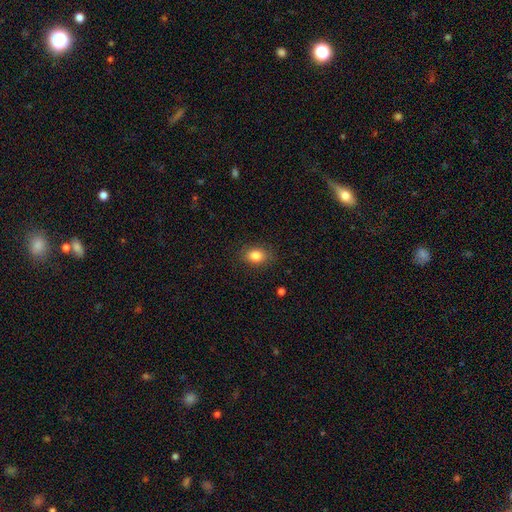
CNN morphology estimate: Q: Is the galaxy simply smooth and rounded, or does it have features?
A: smooth — 85%.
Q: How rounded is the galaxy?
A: in between — 70%.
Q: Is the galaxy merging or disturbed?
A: none — 86%.